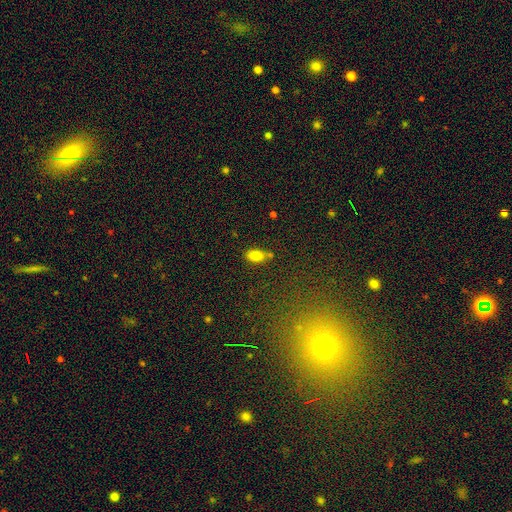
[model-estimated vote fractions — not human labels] smooth 81%, star or artifact 10%, featured or disk 9%. Down the decision tree: how rounded — in between (87%); merging — none (71%).